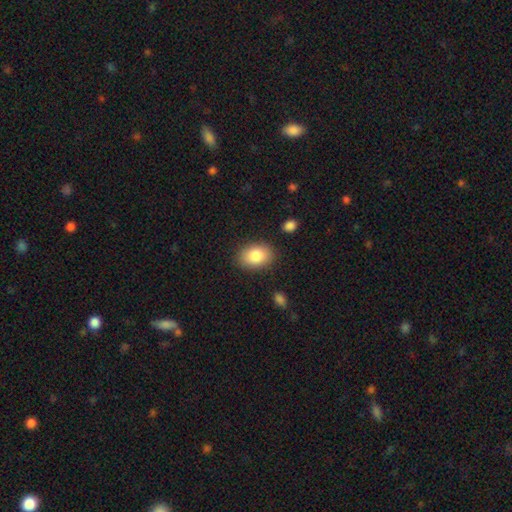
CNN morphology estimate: The model was most divided on "how rounded": in between: 78%, round: 21%, cigar-shaped: 1%. More confident: merging — none (85%); smooth or featured — smooth (85%).